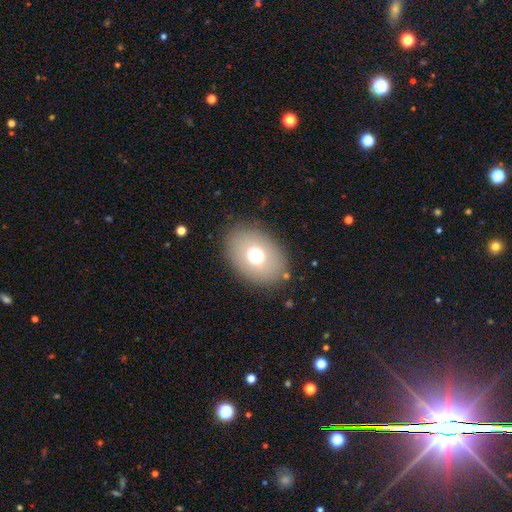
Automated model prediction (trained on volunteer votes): Overall: smooth (69%). How rounded: in between (71%). Merging: none (88%).